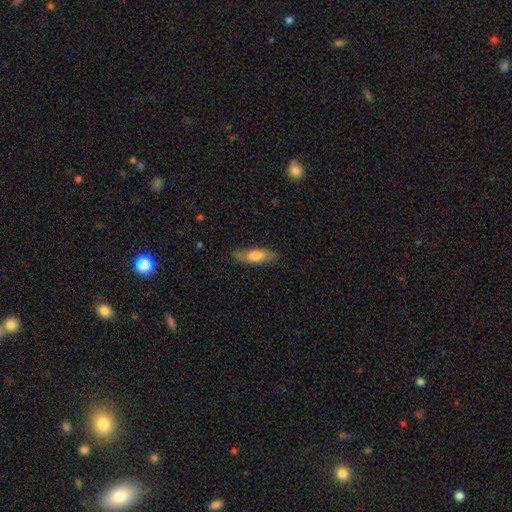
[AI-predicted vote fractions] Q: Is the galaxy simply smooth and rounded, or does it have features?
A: smooth — 68%.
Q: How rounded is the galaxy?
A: in between — 50%.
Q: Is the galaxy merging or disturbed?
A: none — 79%.